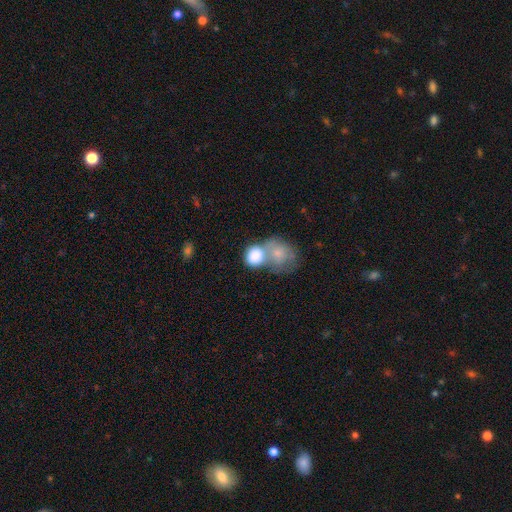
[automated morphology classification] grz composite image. It shows a smooth galaxy with no disk features (80%) that is round (61%). Merging: merger (65%).